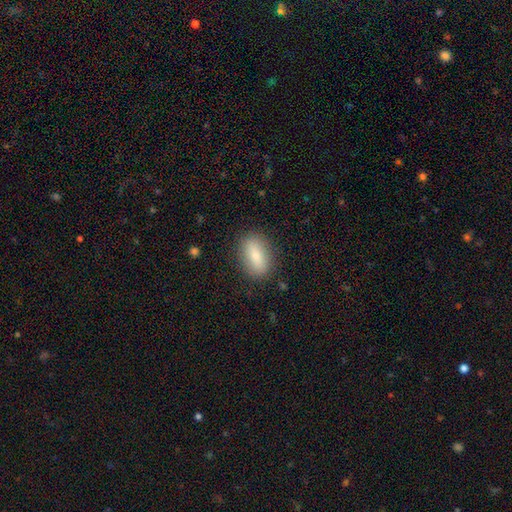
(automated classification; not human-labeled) Smooth or featured? Predicted: smooth (p=0.77). How rounded? Predicted: in between (p=0.82). Merging? Predicted: none (p=0.85).